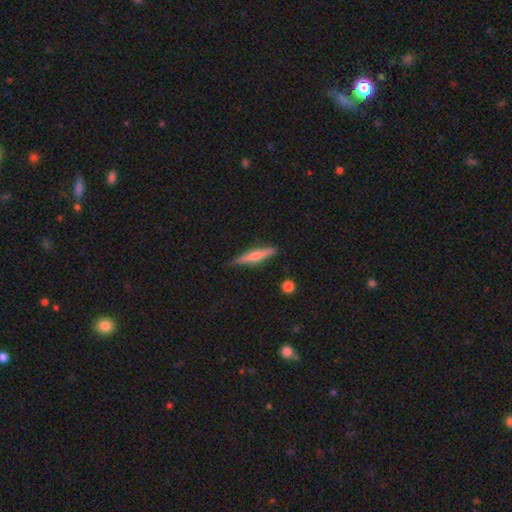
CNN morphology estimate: smooth_or_featured: featured or disk (p=0.51) [alt: smooth p=0.42]
disk_edge_on: yes (p=0.96) [alt: no p=0.04]
merging: none (p=0.86) [alt: minor disturbance p=0.11]